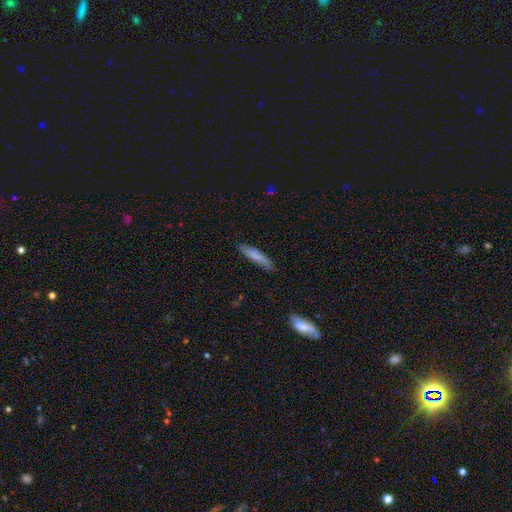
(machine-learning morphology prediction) This appears to be a smooth galaxy with no disk features (75%) that is cigar-shaped (84%). Merging: none (77%).